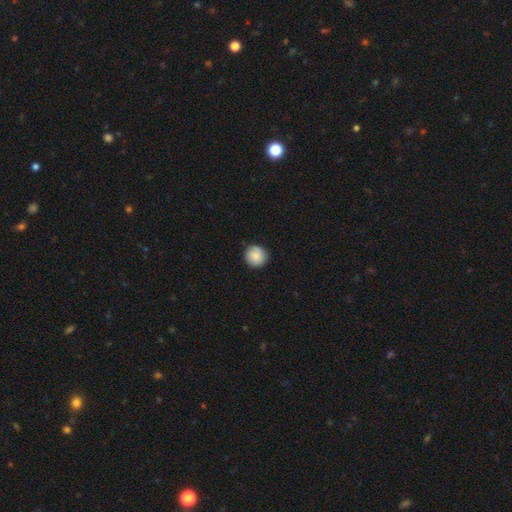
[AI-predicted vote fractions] The model was most divided on "merging": none: 87%, minor disturbance: 10%, major disturbance: 2%, merger: 1%. More confident: how rounded — round (94%); smooth or featured — smooth (85%).